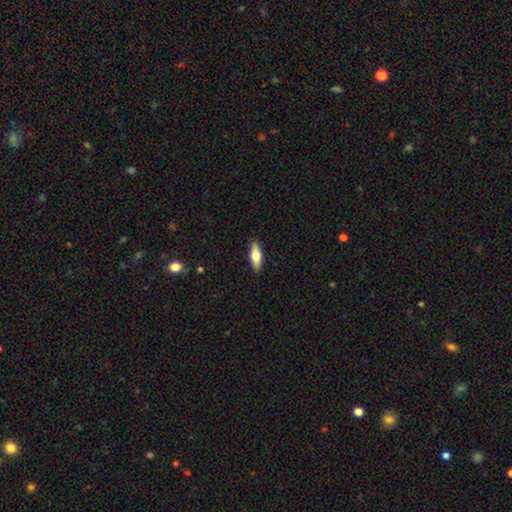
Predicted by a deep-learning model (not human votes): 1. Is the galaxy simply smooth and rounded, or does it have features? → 59% smooth, 35% featured or disk, 6% star or artifact.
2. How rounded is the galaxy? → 59% in between, 38% cigar-shaped, 3% round.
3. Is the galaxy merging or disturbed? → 89% none, 8% minor disturbance, 2% major disturbance, 1% merger.